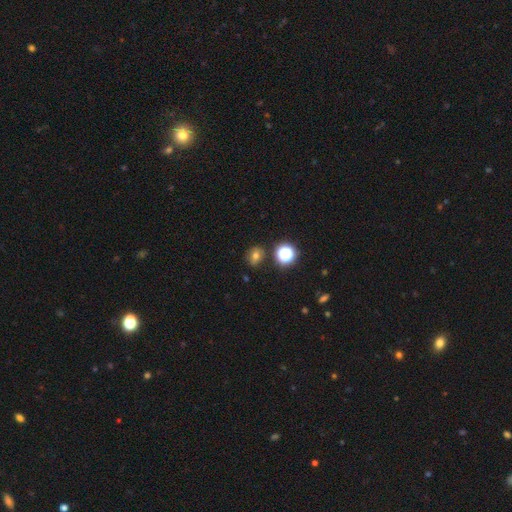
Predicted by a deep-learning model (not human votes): A smooth galaxy with no disk features (65%) that is round (59%). Merging: none (78%).